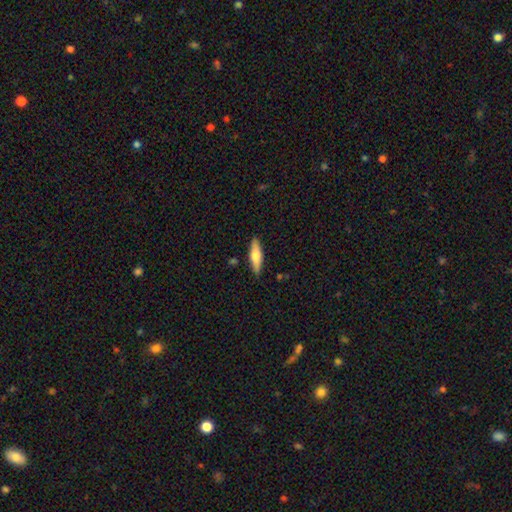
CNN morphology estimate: A smooth galaxy with no disk features (61%) that is cigar-shaped (58%). Merging: none (87%).